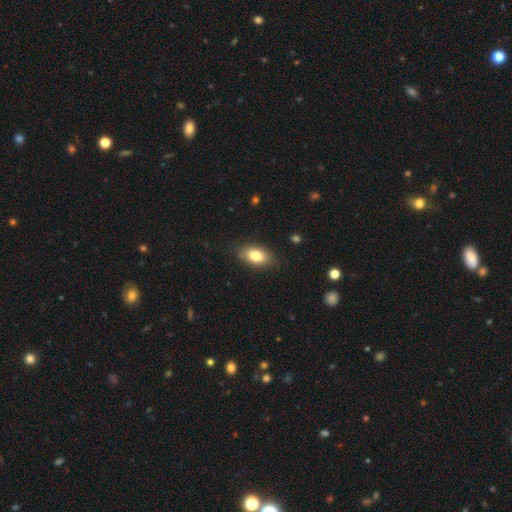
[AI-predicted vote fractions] smooth 82%, featured or disk 11%, star or artifact 8%. Down the decision tree: how rounded — in between (90%); merging — none (84%).